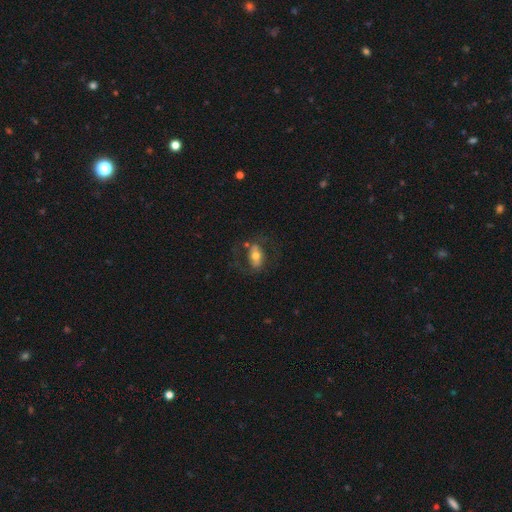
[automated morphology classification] This is possibly a smooth galaxy (49%). Merging: possibly none (59%).